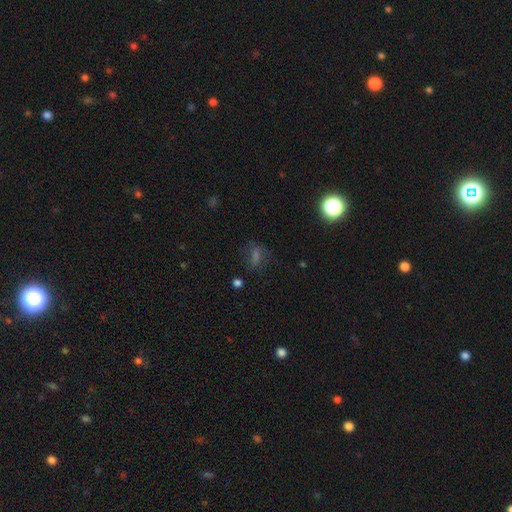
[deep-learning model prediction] Smooth or featured? smooth (43%)
Merging? none (68%)